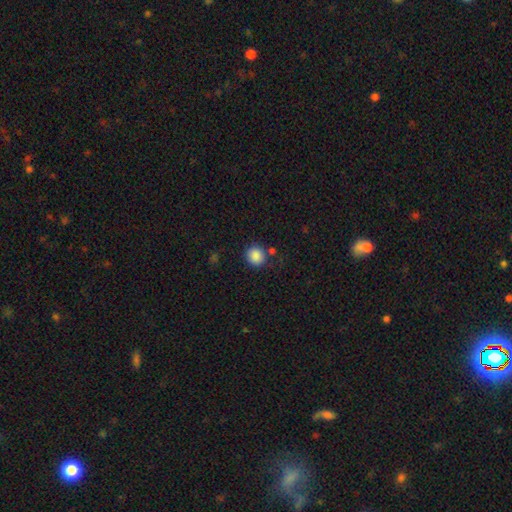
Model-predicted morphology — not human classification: Smooth or featured? Predicted: smooth (p=0.88). How rounded? Predicted: round (p=0.83). Merging? Predicted: none (p=0.77).